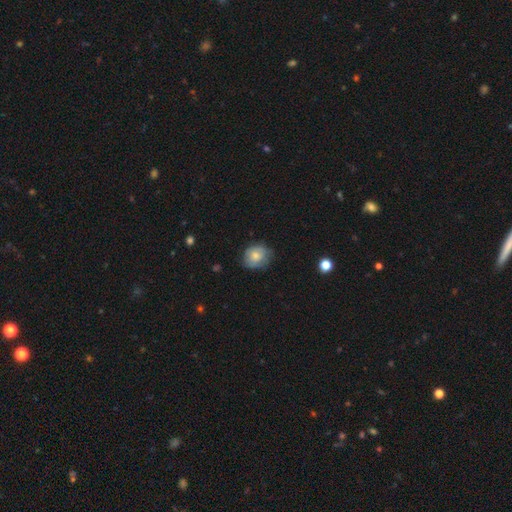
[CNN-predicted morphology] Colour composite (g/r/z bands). It shows a smooth galaxy with no disk features (66%) that is round (64%). Merging: none (67%).